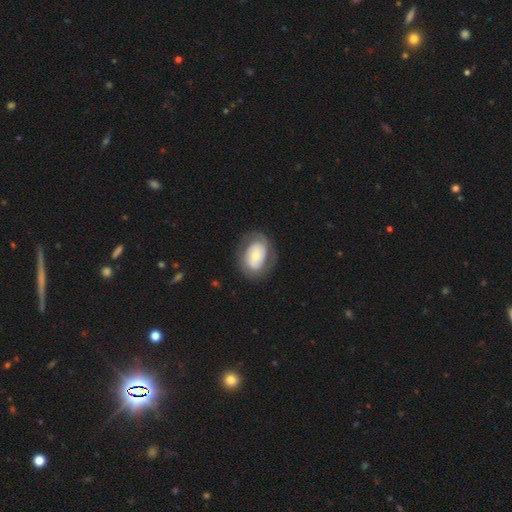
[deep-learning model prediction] Q: Smooth or featured?
A: featured or disk (61%); runner-up: smooth (33%)
Q: Edge-on disk?
A: no (96%); runner-up: yes (4%)
Q: Bar?
A: no (69%); runner-up: weak (23%)
Q: Spiral arms?
A: yes (71%); runner-up: no (29%)
Q: Bulge size?
A: moderate (55%); runner-up: small (34%)
Q: Merging?
A: none (72%); runner-up: minor disturbance (17%)